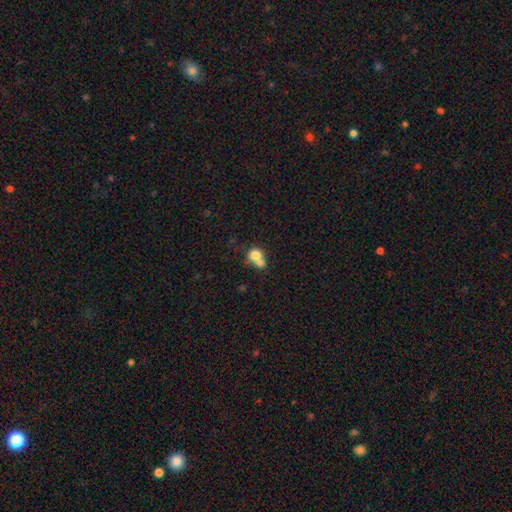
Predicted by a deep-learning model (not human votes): smooth_or_featured: smooth (p=0.74) [alt: featured or disk p=0.16]
how_rounded: round (p=0.72) [alt: in between p=0.27]
merging: merger (p=0.62) [alt: none p=0.28]